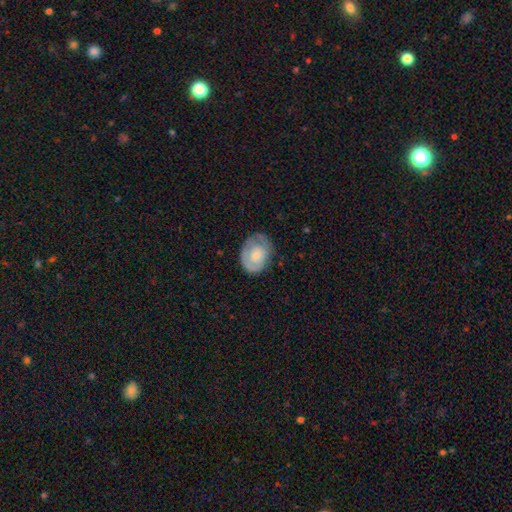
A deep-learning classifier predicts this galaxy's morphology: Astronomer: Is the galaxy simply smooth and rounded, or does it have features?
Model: smooth — 53% (runner-up: featured or disk, 41%).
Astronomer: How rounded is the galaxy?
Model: in between — 61% (runner-up: round, 38%).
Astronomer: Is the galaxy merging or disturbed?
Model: none — 61%.